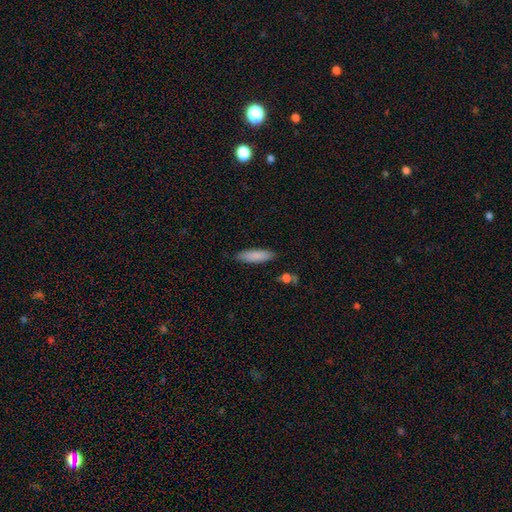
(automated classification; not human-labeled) A smooth galaxy with no disk features (85%) that is cigar-shaped (59%).

Vote fractions:
- Smooth or featured? smooth: 85% / featured or disk: 9% / star or artifact: 6%
- How rounded? cigar-shaped: 59% / in between: 40% / round: 1%
- Merging? none: 86% / minor disturbance: 10% / major disturbance: 2% / merger: 2%